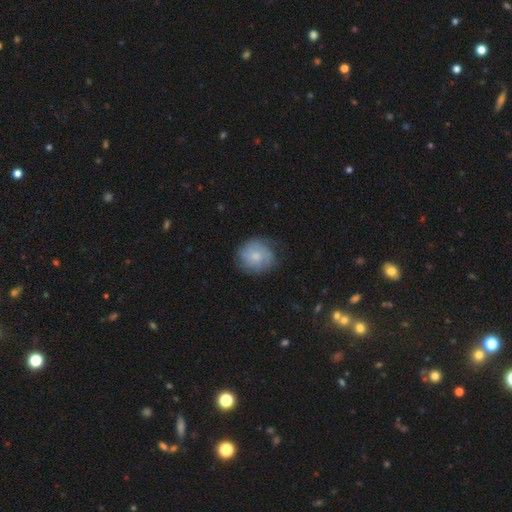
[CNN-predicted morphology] The model was most divided on "smooth or featured": smooth: 54%, featured or disk: 39%, star or artifact: 7%. More confident: how rounded — round (82%); merging — none (71%).